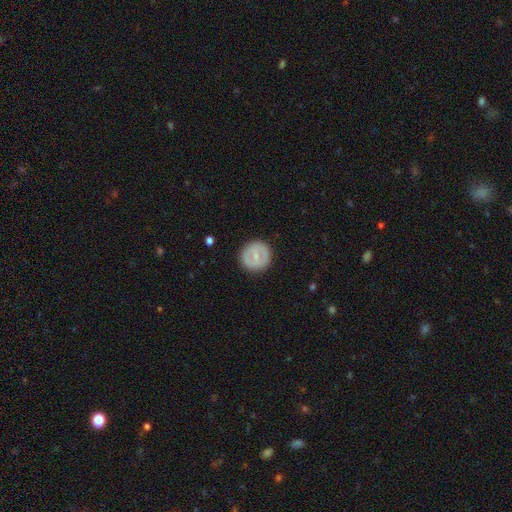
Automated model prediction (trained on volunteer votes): Smooth or featured? smooth (48%)
Merging? none (88%)